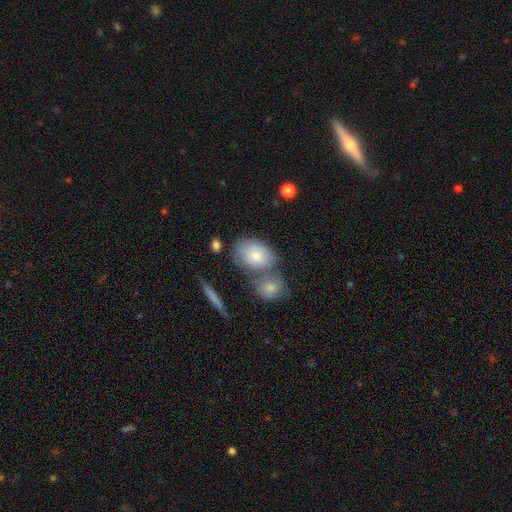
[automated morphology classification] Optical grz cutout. It shows a smooth galaxy with no disk features (75%) that is in between round and cigar-shaped (70%). Merging: none (42%).